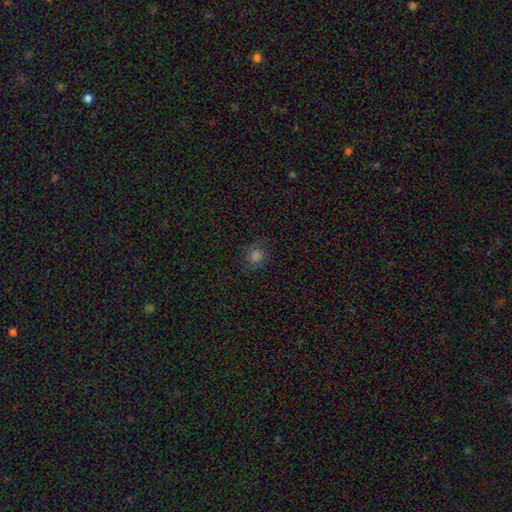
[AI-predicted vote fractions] Smooth or featured? Predicted: smooth (p=0.67). How rounded? Predicted: round (p=0.82). Merging? Predicted: none (p=0.78).